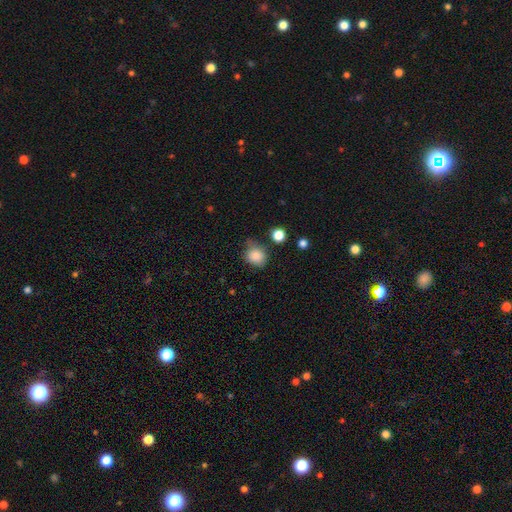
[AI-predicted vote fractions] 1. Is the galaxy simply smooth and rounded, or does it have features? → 84% smooth, 10% star or artifact, 6% featured or disk.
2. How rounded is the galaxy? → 67% round, 32% in between, 1% cigar-shaped.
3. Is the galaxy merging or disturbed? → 61% none, 28% minor disturbance, 7% major disturbance, 5% merger.